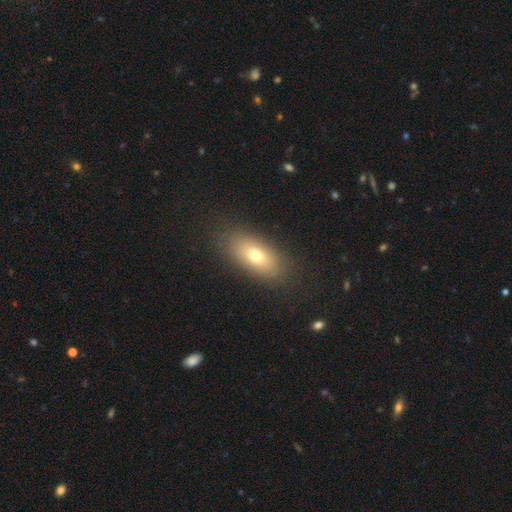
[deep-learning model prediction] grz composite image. It shows a smooth galaxy with no disk features (70%) that is in between round and cigar-shaped (83%). Merging: none (86%).